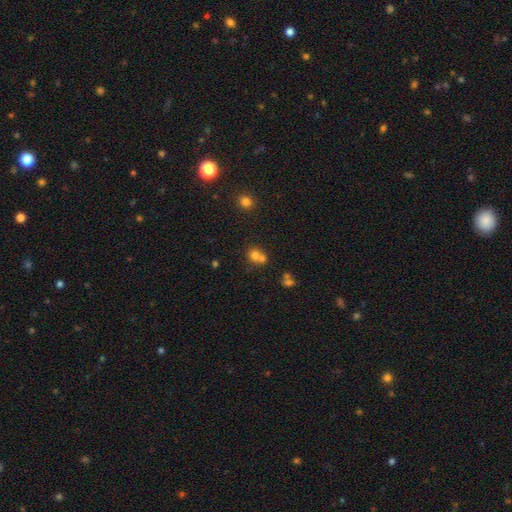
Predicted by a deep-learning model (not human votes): Smooth or featured: smooth — 72% (star or artifact — 15%)
How rounded: round — 80% (in between — 19%)
Merging: merger — 53% (none — 38%)